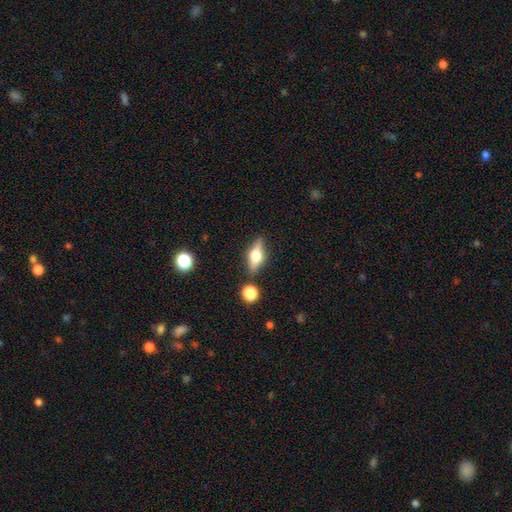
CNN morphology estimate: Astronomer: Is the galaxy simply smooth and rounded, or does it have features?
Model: featured or disk — 57% (runner-up: smooth, 34%).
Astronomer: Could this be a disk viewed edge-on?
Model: yes — 92%.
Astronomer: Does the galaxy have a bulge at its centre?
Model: rounded — 94%.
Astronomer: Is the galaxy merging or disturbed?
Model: none — 83%.